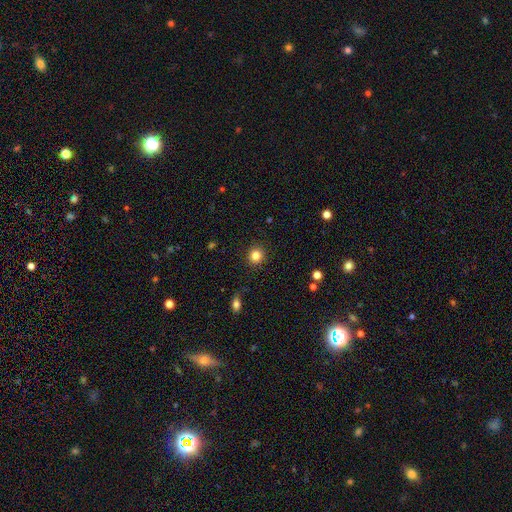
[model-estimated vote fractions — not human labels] The model was most divided on "smooth or featured": smooth: 83%, star or artifact: 12%, featured or disk: 5%. More confident: how rounded — round (91%); merging — none (91%).